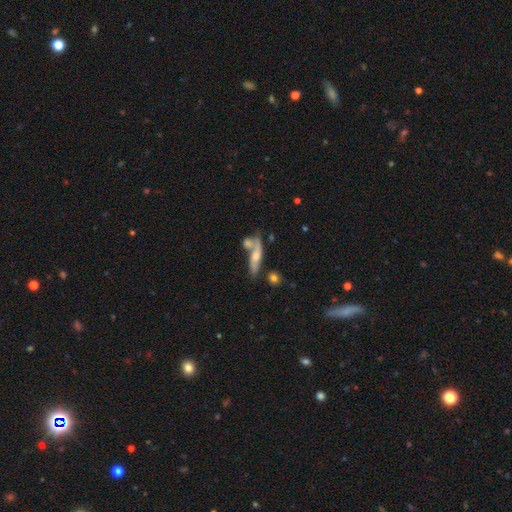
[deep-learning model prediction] Overall: featured or disk (47%; smooth 45%). Merging: none (44%; merger 32%).